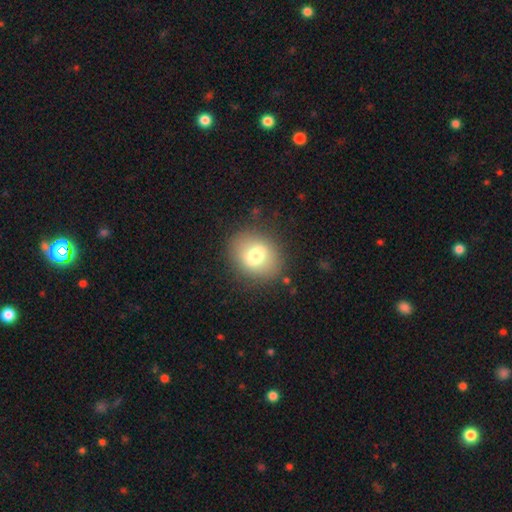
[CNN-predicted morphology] smooth 67%, featured or disk 23%, star or artifact 10%. Down the decision tree: how rounded — round (60%); merging — none (83%).